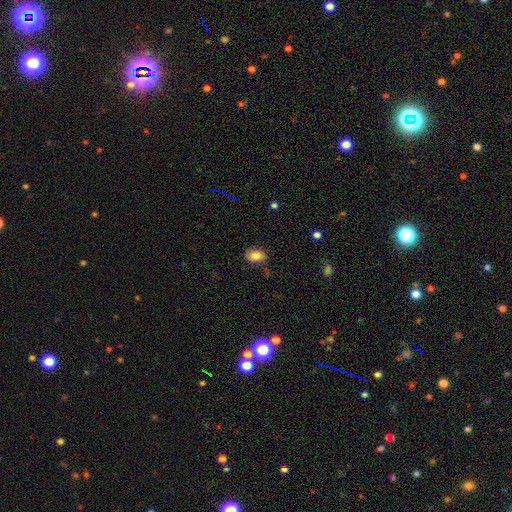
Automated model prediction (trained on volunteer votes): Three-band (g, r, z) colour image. It shows a smooth galaxy with no disk features (82%) that is in between round and cigar-shaped (77%). Merging: none (80%).